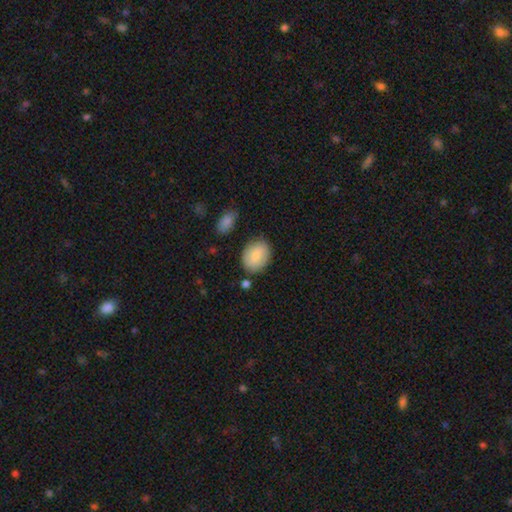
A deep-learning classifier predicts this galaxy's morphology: smooth-or-featured: smooth: 83% | featured or disk: 10% | star or artifact: 6%
  how-rounded: in between: 72% | round: 27% | cigar-shaped: 1%
  merging: none: 78% | minor disturbance: 14% | merger: 4% | major disturbance: 3%